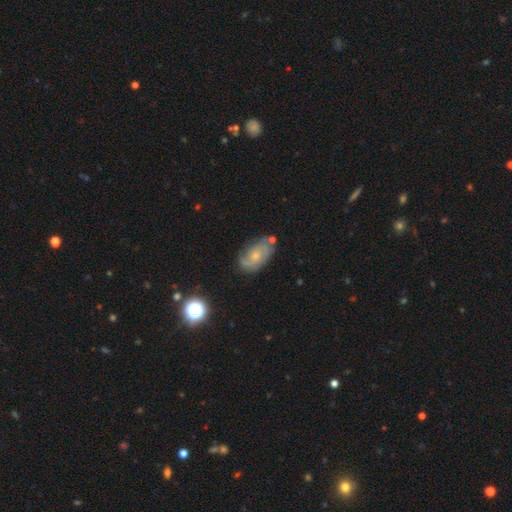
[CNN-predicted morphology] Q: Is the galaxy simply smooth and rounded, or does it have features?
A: featured or disk — 71%.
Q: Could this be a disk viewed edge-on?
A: no — 96%.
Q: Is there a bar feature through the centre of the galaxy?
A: no — 70%.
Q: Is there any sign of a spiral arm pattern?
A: yes — 91%.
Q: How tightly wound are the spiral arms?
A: tight — 42%.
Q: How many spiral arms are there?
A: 2 — 57%.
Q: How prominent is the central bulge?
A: small — 62%.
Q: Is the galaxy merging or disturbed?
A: none — 68%.